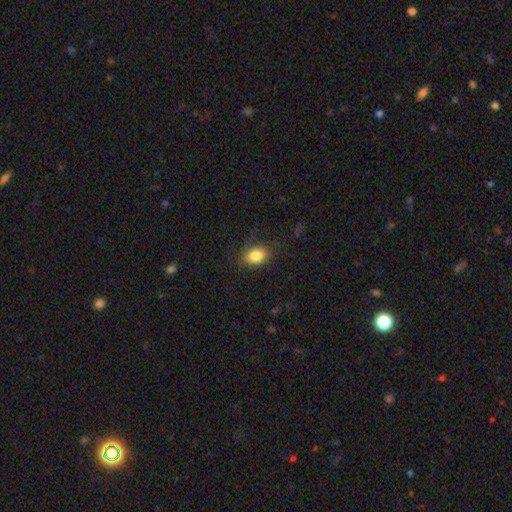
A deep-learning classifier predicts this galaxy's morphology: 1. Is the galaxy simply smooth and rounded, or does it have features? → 84% smooth, 9% star or artifact, 7% featured or disk.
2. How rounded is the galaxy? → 73% in between, 26% round, 1% cigar-shaped.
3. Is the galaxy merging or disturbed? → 80% none, 14% minor disturbance, 5% major disturbance, 1% merger.